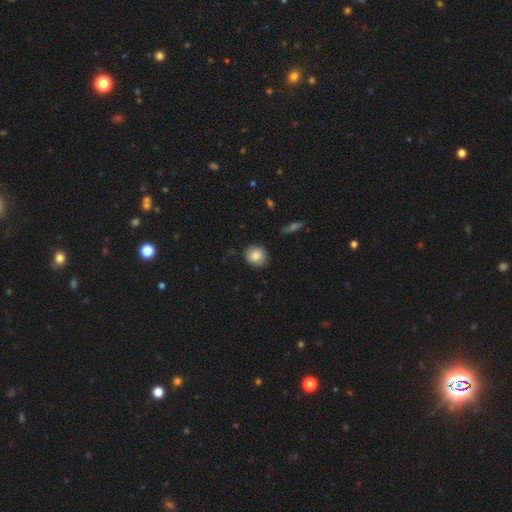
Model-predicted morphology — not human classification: type=smooth (83%); roundness=round (86%); merging=none (84%).